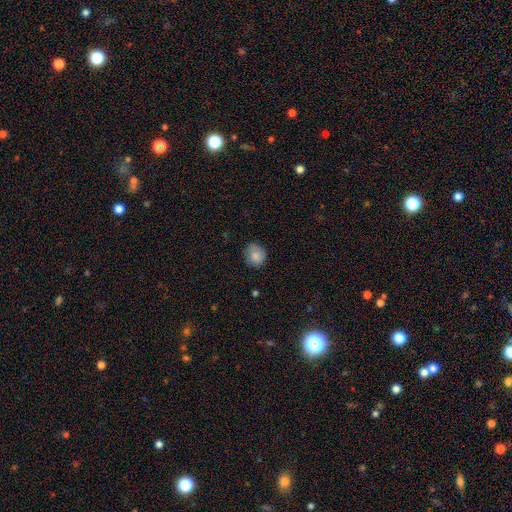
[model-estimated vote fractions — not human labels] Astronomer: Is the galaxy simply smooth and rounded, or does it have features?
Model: smooth — 83%.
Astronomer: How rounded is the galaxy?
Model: round — 78%.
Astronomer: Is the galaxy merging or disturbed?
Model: none — 76%.